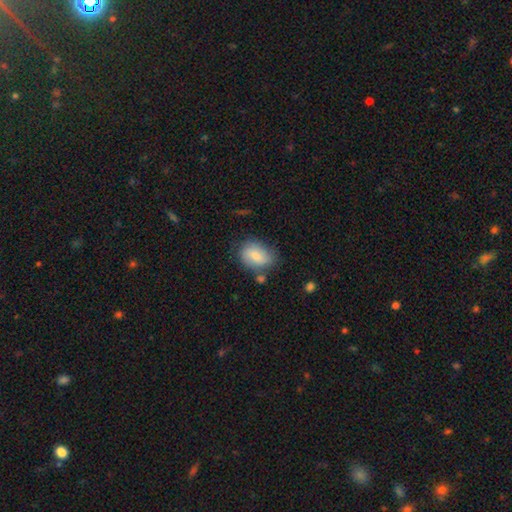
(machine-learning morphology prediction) This is likely a smooth galaxy (77%). How rounded: likely in between (77%). Merging: likely none (63%).